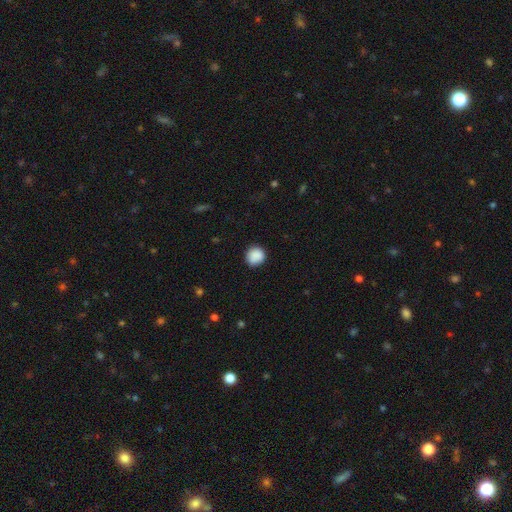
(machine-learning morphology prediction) smooth_or_featured: smooth (p=0.88) [alt: star or artifact p=0.08]
how_rounded: round (p=0.91) [alt: in between p=0.09]
merging: none (p=0.84) [alt: minor disturbance p=0.12]